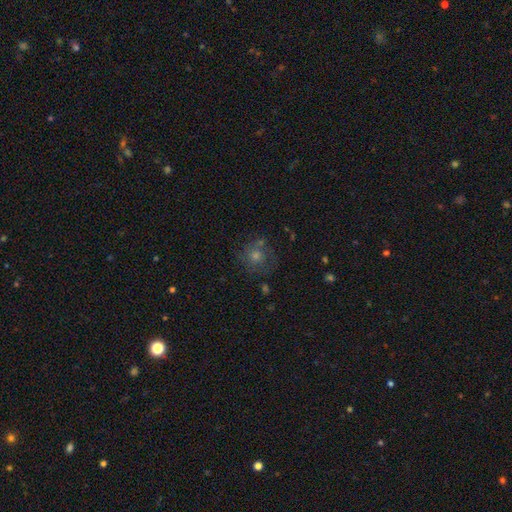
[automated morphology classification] The model was most divided on "smooth or featured": smooth: 48%, featured or disk: 27%, star or artifact: 25%. More confident: merging — none (72%).